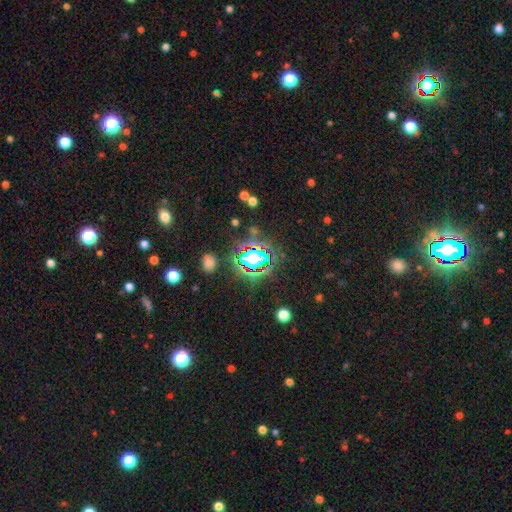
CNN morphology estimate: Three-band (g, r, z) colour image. It shows a star or artifact, not a galaxy (66%).